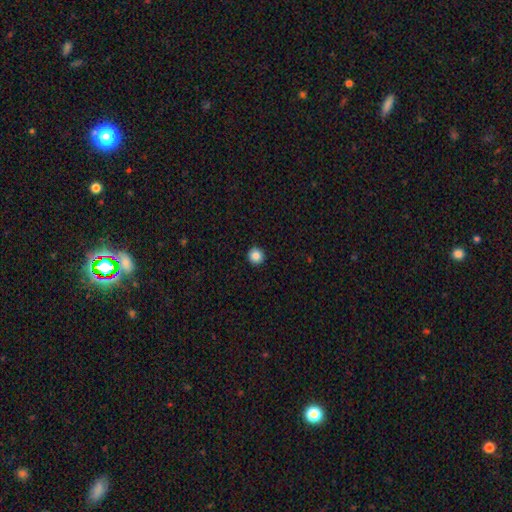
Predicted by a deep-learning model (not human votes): A smooth galaxy with no disk features (86%) that is round (96%).

Vote fractions:
- Smooth or featured? smooth: 86% / star or artifact: 10% / featured or disk: 5%
- How rounded? round: 96% / in between: 3% / cigar-shaped: 1%
- Merging? none: 94% / minor disturbance: 4% / major disturbance: 1% / merger: 1%